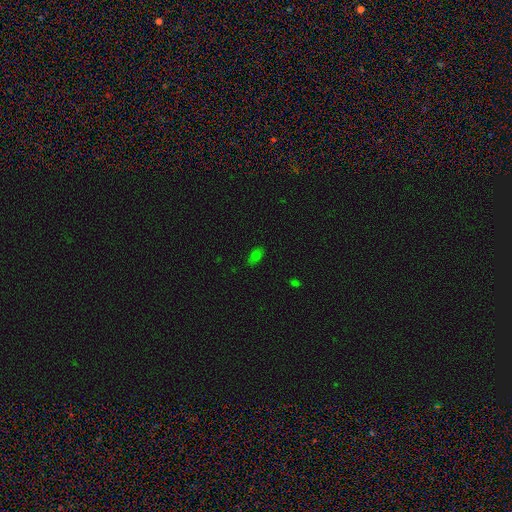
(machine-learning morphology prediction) This appears to be a smooth galaxy with no disk features (68%) that is in between round and cigar-shaped (82%). Merging: none (82%).